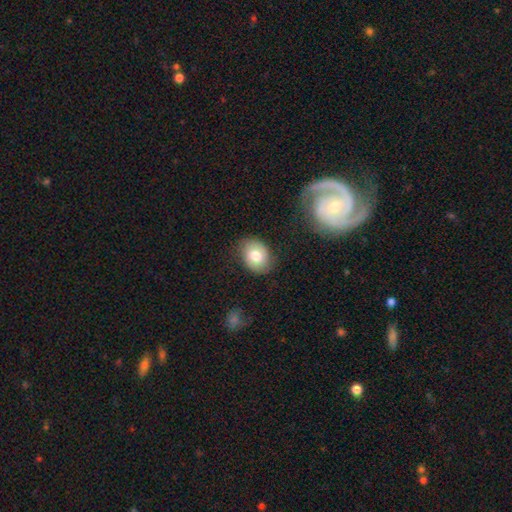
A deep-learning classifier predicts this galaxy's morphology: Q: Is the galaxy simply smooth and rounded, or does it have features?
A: smooth — 73%.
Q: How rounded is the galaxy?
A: in between — 64%.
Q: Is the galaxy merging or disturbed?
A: none — 78%.